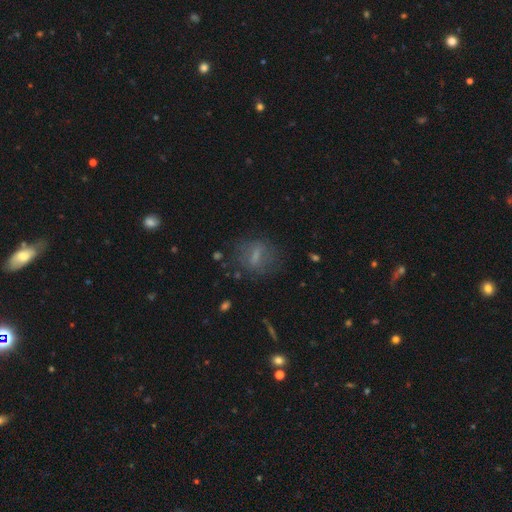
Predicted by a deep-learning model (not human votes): Smooth or featured? smooth (51%)
How rounded? in between (48%)
Merging? none (68%)